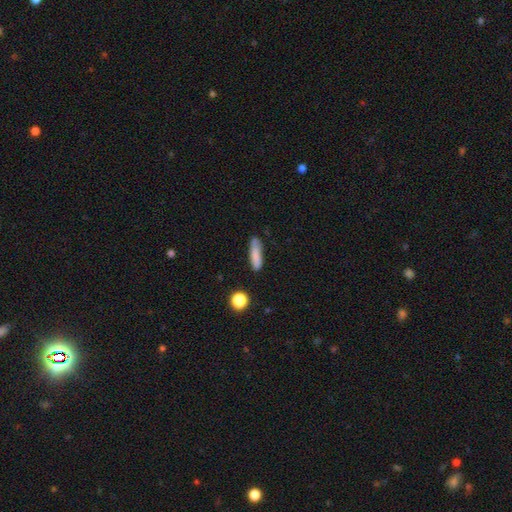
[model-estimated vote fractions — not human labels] Smooth or featured: smooth — 81% (featured or disk — 11%)
How rounded: cigar-shaped — 74% (in between — 24%)
Merging: none — 71% (minor disturbance — 20%)